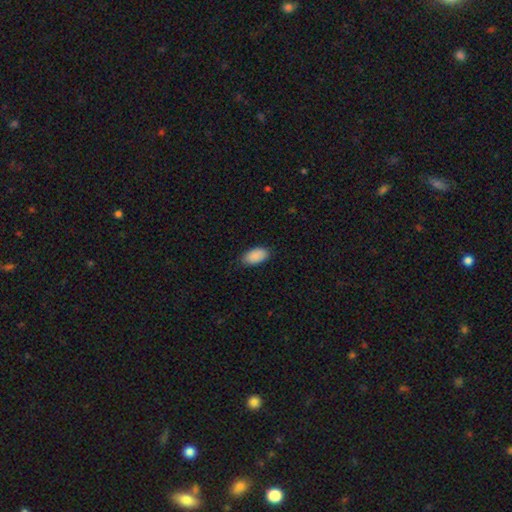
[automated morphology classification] Smooth or featured? Predicted: smooth (p=0.90). How rounded? Predicted: in between (p=0.95). Merging? Predicted: none (p=0.82).